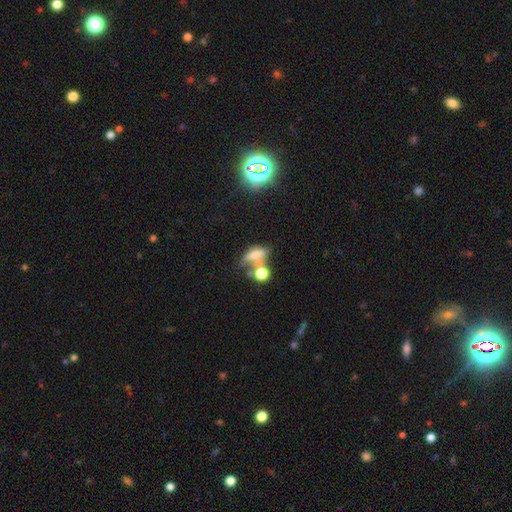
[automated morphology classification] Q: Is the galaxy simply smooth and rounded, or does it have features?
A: smooth — 61%.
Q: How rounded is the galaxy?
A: in between — 71%.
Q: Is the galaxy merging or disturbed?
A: merger — 43%.